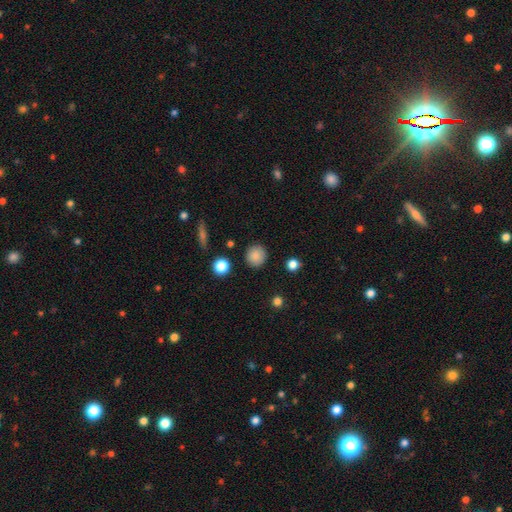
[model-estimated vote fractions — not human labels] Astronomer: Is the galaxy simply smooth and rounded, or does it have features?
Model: smooth — 86%.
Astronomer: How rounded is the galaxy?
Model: round — 92%.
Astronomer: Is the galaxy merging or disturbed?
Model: none — 89%.